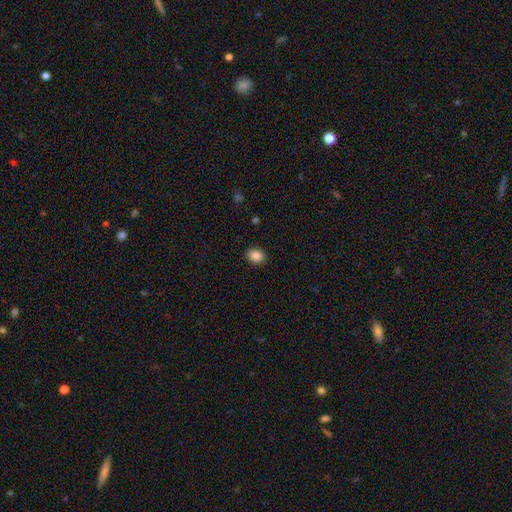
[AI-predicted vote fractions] Smooth or featured?
  - smooth: 87% *
  - star or artifact: 9%
  - featured or disk: 4%
How rounded?
  - in between: 53% *
  - round: 46%
  - cigar-shaped: 1%
Merging?
  - none: 89% *
  - minor disturbance: 8%
  - major disturbance: 2%
  - merger: 1%